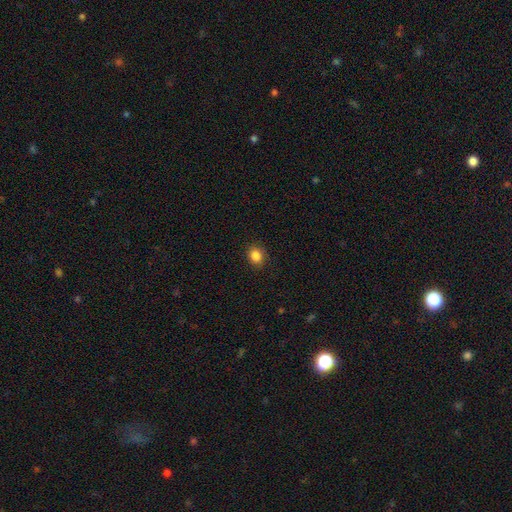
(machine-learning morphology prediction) smooth 86%, star or artifact 10%, featured or disk 4%. Down the decision tree: how rounded — round (67%); merging — none (88%).